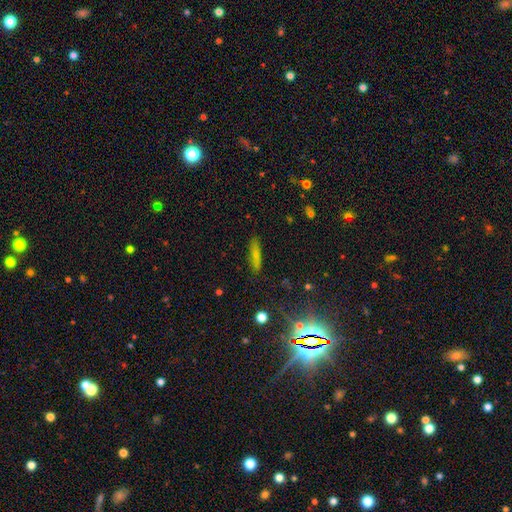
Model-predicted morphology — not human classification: This appears to be a smooth galaxy with no disk features (71%) that is cigar-shaped (83%). Merging: none (86%).